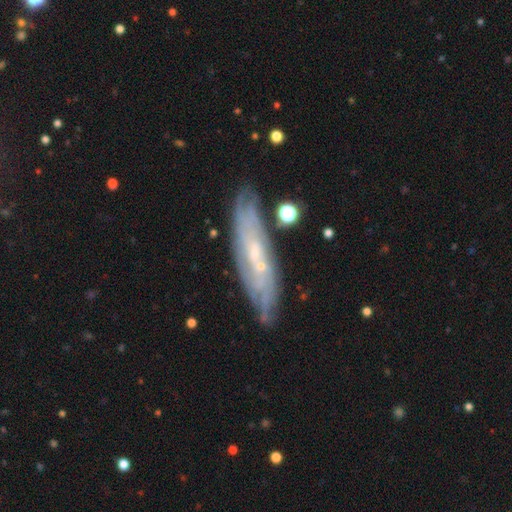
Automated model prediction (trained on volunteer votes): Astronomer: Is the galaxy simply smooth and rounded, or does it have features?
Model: featured or disk — 73%.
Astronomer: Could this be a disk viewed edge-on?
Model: no — 69%.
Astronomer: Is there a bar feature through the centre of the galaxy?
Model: no — 64%.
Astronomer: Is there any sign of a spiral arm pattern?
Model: yes — 82%.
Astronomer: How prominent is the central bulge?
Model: small — 77%.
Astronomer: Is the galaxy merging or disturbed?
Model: none — 79%.